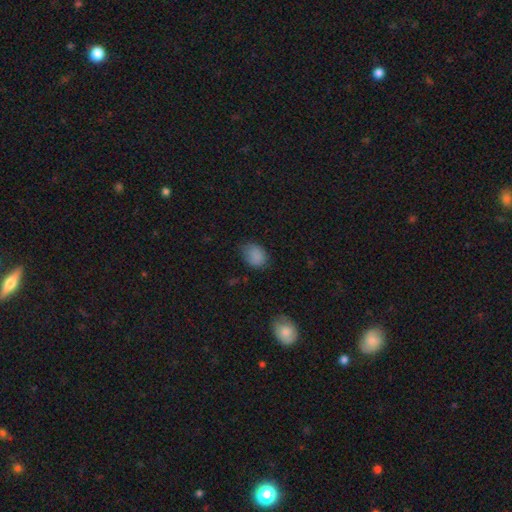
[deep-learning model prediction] This appears to be a smooth galaxy with no disk features (84%) that is in between round and cigar-shaped (59%). Merging: none (66%).